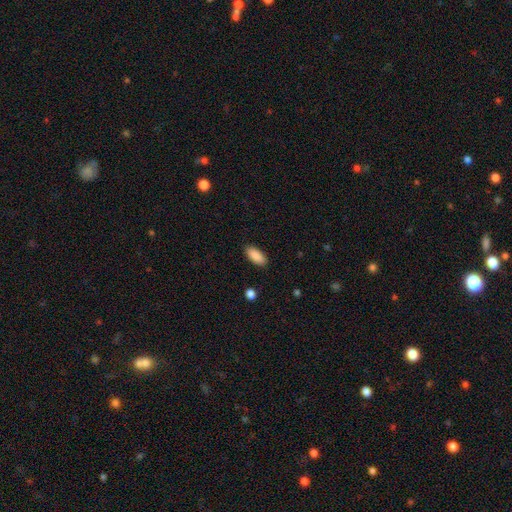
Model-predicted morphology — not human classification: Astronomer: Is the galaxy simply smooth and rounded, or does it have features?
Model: smooth — 90%.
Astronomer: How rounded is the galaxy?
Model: in between — 88%.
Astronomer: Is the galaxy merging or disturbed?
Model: none — 88%.